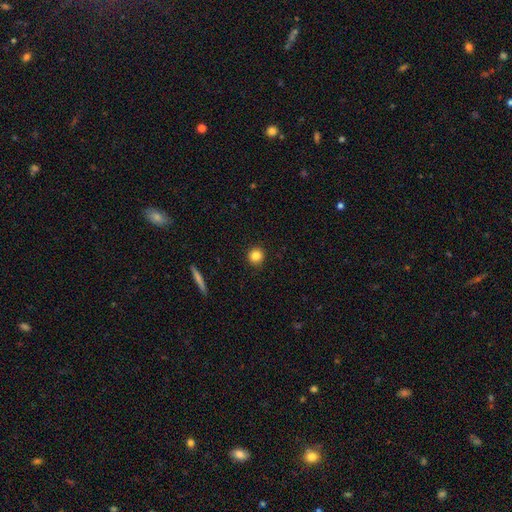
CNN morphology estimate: The model was most divided on "smooth or featured": smooth: 83%, star or artifact: 10%, featured or disk: 6%. More confident: how rounded — round (94%); merging — none (92%).